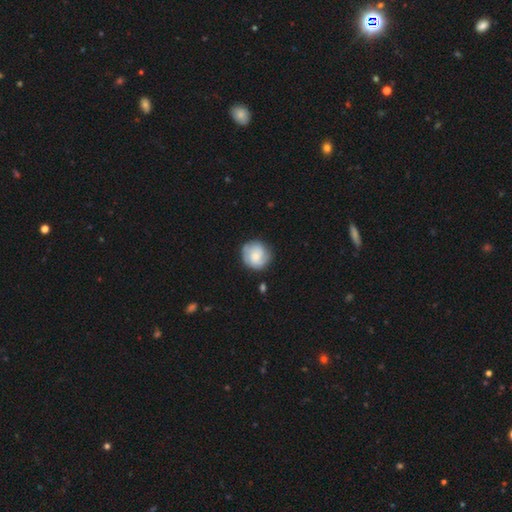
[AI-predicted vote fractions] A smooth galaxy with no disk features (49%).

Vote fractions:
- Smooth or featured? smooth: 49% / featured or disk: 44% / star or artifact: 7%
- Merging? none: 76% / minor disturbance: 17% / major disturbance: 5% / merger: 2%